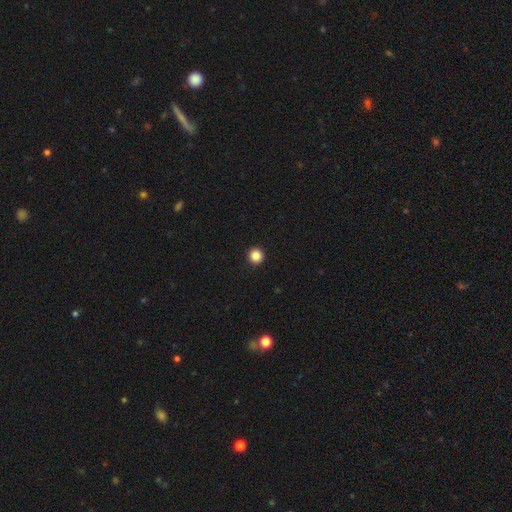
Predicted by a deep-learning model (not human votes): smooth_or_featured: smooth (p=0.86) [alt: star or artifact p=0.11]
how_rounded: round (p=0.96) [alt: in between p=0.03]
merging: none (p=0.94) [alt: minor disturbance p=0.04]